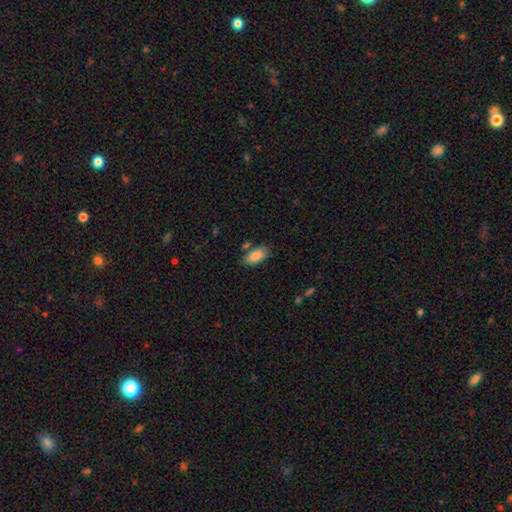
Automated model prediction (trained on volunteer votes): Smooth or featured?
  - smooth: 88% *
  - star or artifact: 7%
  - featured or disk: 6%
How rounded?
  - in between: 91% *
  - cigar-shaped: 6%
  - round: 2%
Merging?
  - none: 76% *
  - minor disturbance: 14%
  - merger: 6%
  - major disturbance: 3%